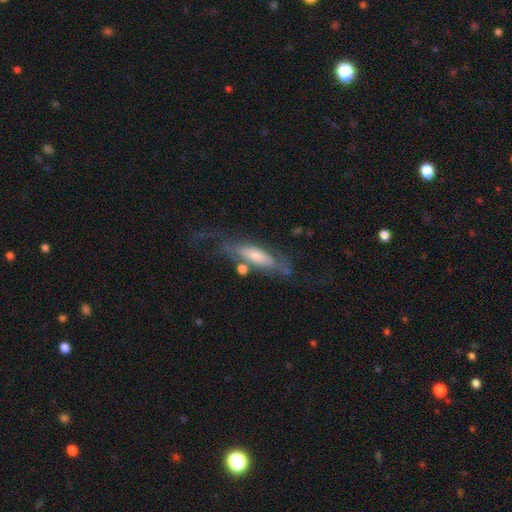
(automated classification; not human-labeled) Smooth or featured?
  - featured or disk: 60% *
  - smooth: 33%
  - star or artifact: 7%
Edge-on disk?
  - no: 55% *
  - yes: 45%
Merging?
  - none: 48% *
  - minor disturbance: 23%
  - major disturbance: 21%
  - merger: 7%